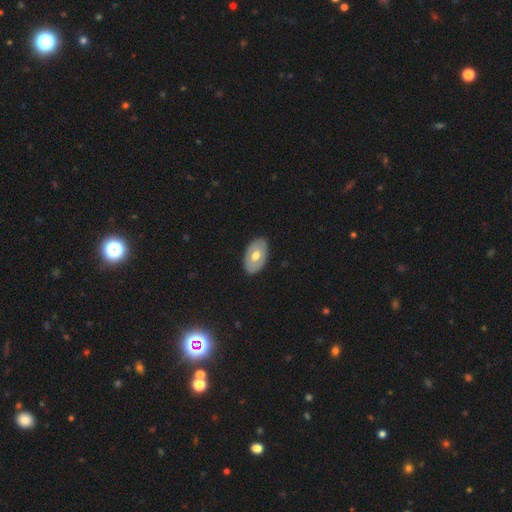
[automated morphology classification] smooth 51%, featured or disk 44%, star or artifact 5%. Down the decision tree: how rounded — in between (90%); merging — none (86%).